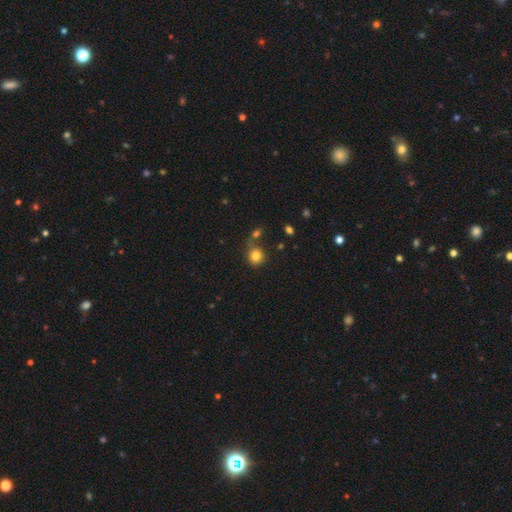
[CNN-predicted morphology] smooth-or-featured: smooth: 82% | star or artifact: 11% | featured or disk: 7%
  how-rounded: round: 85% | in between: 14% | cigar-shaped: 1%
  merging: none: 63% | merger: 20% | minor disturbance: 12% | major disturbance: 5%